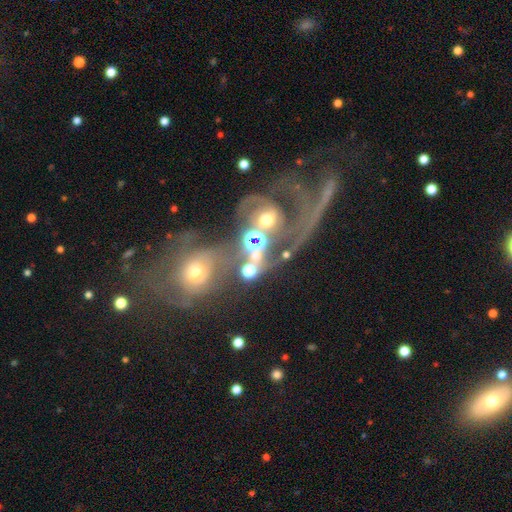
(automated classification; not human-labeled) This is marginally a smooth galaxy (39%). Merging: possibly merger (49%).